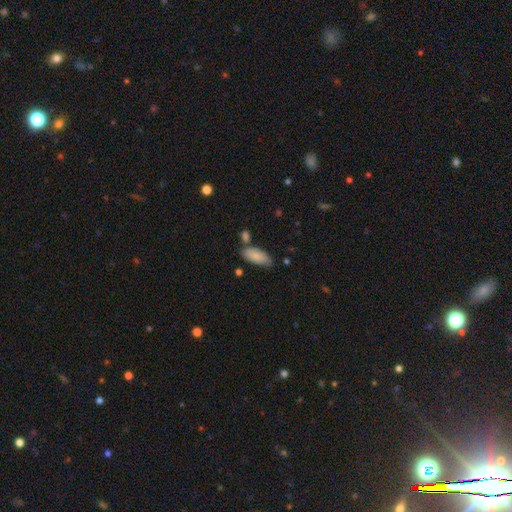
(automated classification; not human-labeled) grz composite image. It shows a smooth galaxy with no disk features (85%) that is in between round and cigar-shaped (85%). Merging: none (68%).